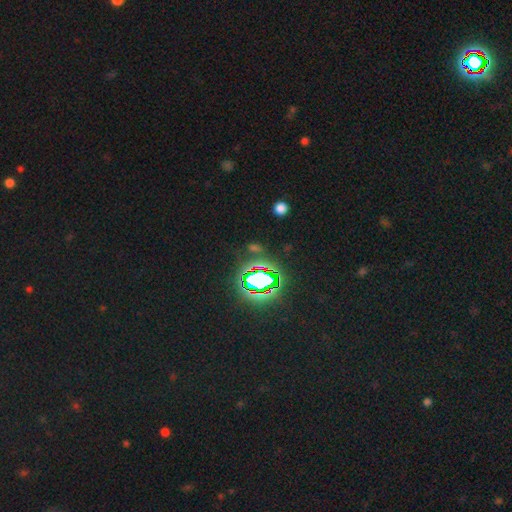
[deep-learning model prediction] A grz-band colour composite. It shows a star or artifact, not a galaxy (80%).